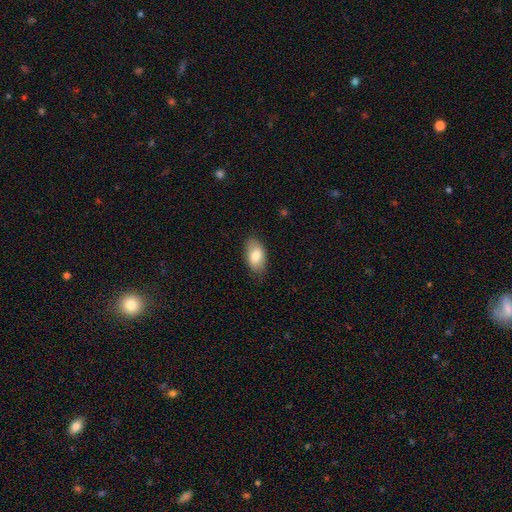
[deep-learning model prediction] Morphology: type=smooth (79%); roundness=in between (92%); merging=none (81%).